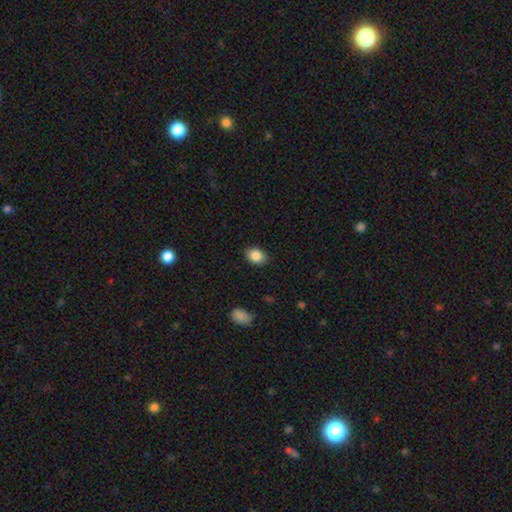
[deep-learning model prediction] This is clearly a smooth galaxy (87%). How rounded: possibly in between (58%). Merging: clearly none (86%).